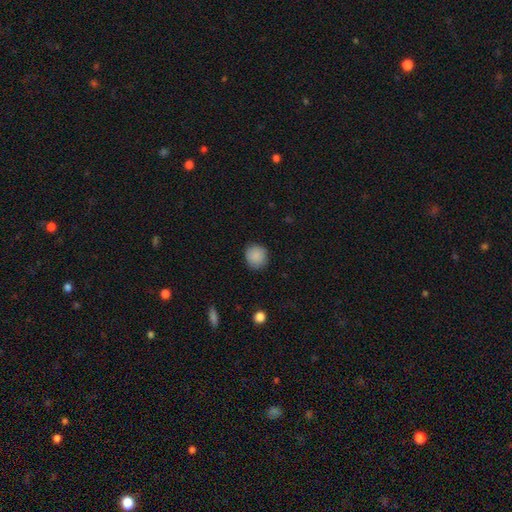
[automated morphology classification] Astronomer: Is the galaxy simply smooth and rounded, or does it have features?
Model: smooth — 89%.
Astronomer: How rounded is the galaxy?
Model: round — 89%.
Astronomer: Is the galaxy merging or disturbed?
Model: none — 87%.